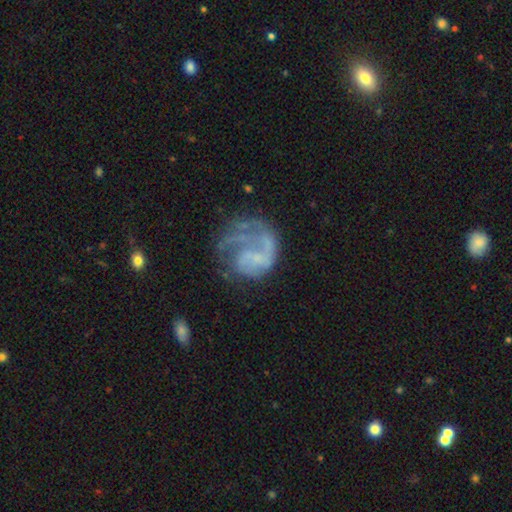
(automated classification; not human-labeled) A featured or disk galaxy (71%) with no bar (70%), 1 (52%) medium (35%, tied with loose) spiral arms (74%) and no central bulge (56%).

Vote fractions:
- Smooth or featured? featured or disk: 71% / smooth: 20% / star or artifact: 9%
- Edge-on disk? no: 98% / yes: 2%
- Bar? no: 70% / weak: 25% / strong: 5%
- Spiral arms? yes: 74% / no: 26%
- Spiral winding? medium: 35% (tied) / loose: 35% (tied) / tight: 30%
- Spiral arm count? 1: 52% / 2: 18% / can't tell: 18% / 3: 8% / 4: 3% / more than 4: 3%
- Bulge size? none: 56% / small: 30% / moderate: 10% / large: 3% / dominant: 1%
- Merging? none: 39% / major disturbance: 38% / minor disturbance: 18% / merger: 4%